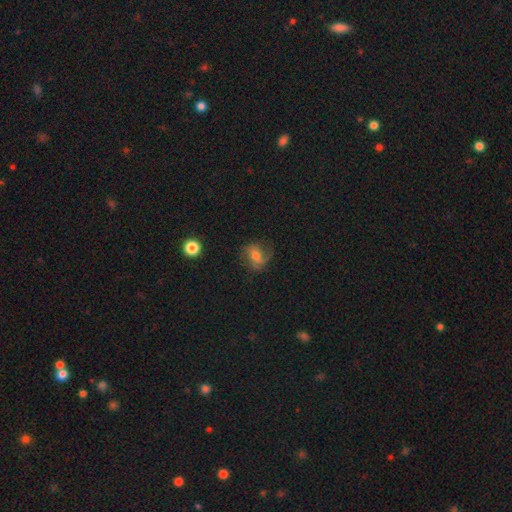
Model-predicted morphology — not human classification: This is possibly a featured or disk galaxy (52%). It is clearly not viewed edge-on (96%). Merging: likely none (64%).